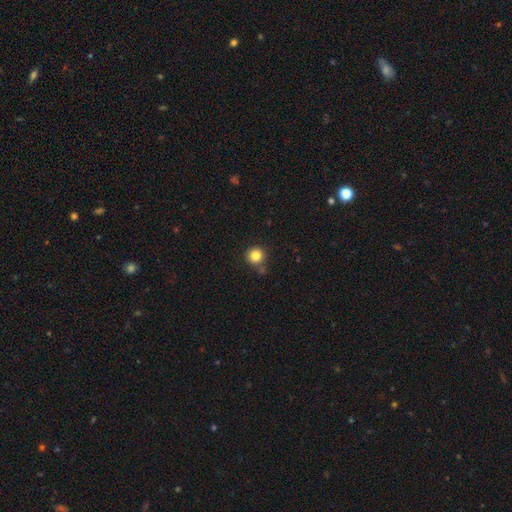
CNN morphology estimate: This appears to be a smooth galaxy with no disk features (83%) that is round (94%). Merging: none (78%).